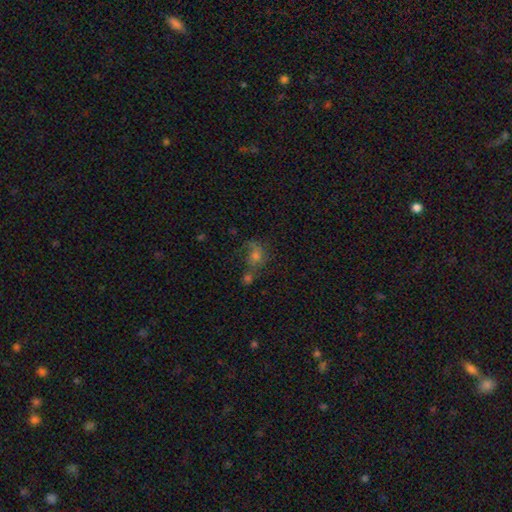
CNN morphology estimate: A smooth galaxy with no disk features (43%). Merging: none (37%).